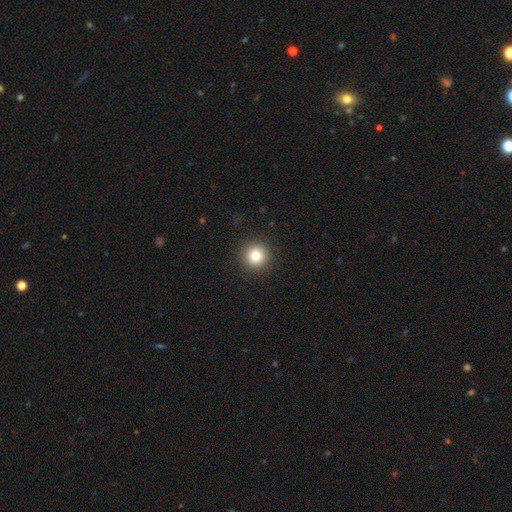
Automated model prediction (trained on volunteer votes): smooth_or_featured: smooth (p=0.81) [alt: star or artifact p=0.11]
how_rounded: round (p=0.95) [alt: in between p=0.04]
merging: none (p=0.91) [alt: minor disturbance p=0.05]